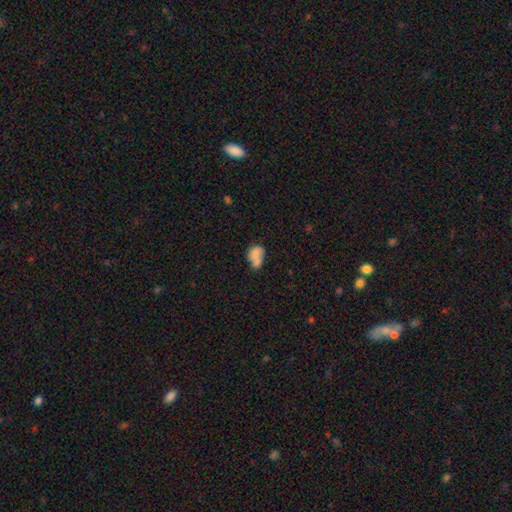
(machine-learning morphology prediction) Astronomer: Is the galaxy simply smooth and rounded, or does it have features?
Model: smooth — 71%.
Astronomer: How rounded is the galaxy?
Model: in between — 71%.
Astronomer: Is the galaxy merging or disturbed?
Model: merger — 45% (runner-up: none, 26%).